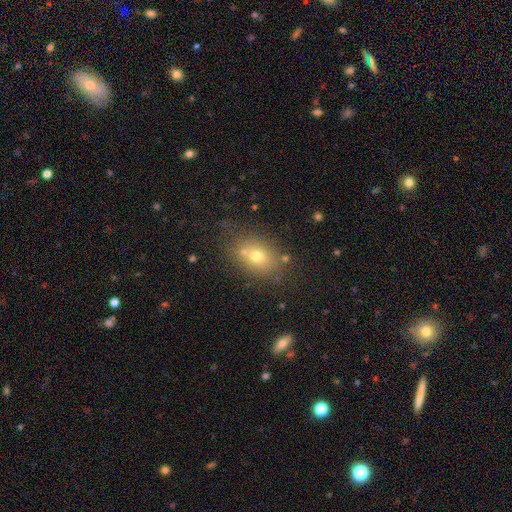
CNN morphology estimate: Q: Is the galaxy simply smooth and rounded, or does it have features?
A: smooth — 67%.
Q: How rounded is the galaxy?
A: in between — 67%.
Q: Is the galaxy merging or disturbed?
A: none — 66%.